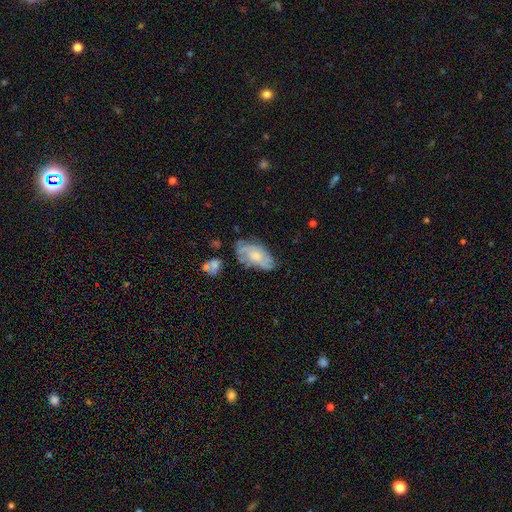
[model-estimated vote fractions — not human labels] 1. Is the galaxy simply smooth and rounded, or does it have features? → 66% featured or disk, 27% smooth, 7% star or artifact.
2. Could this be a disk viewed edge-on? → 94% no, 6% yes.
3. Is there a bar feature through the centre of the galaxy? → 77% no, 20% weak, 3% strong.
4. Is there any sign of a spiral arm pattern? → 77% yes, 23% no.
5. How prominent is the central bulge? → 52% moderate, 34% small, 7% large, 6% none, 1% dominant.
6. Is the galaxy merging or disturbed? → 61% none, 25% minor disturbance, 10% major disturbance, 4% merger.